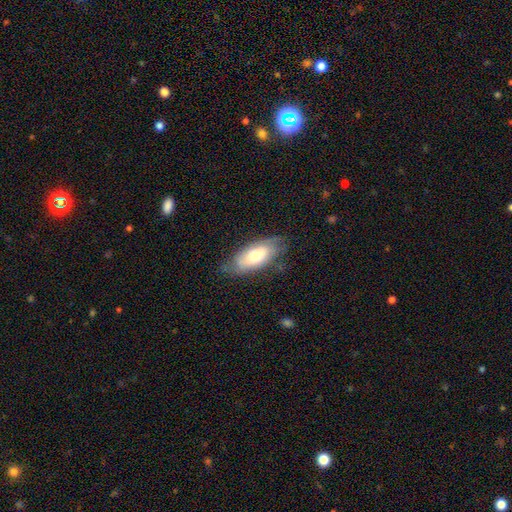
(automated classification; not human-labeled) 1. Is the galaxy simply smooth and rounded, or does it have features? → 61% smooth, 32% featured or disk, 7% star or artifact.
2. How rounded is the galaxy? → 84% in between, 13% cigar-shaped, 3% round.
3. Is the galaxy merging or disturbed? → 66% none, 25% minor disturbance, 8% major disturbance, 1% merger.